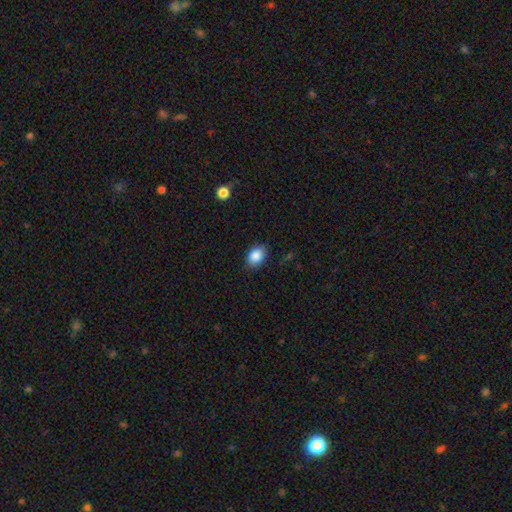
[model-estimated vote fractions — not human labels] smooth_or_featured: smooth (p=0.87) [alt: star or artifact p=0.08]
how_rounded: in between (p=0.76) [alt: round p=0.23]
merging: none (p=0.85) [alt: minor disturbance p=0.11]